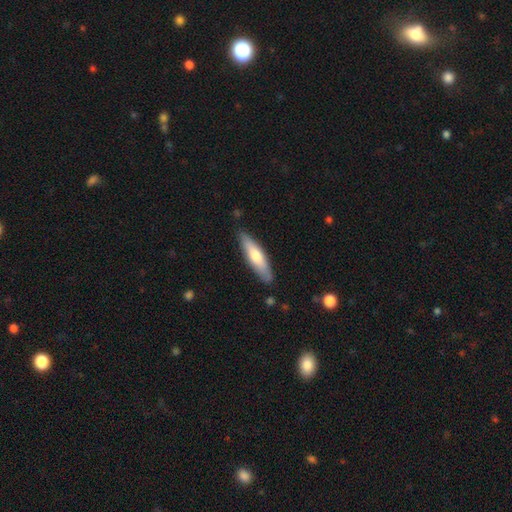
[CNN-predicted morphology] Smooth or featured? smooth (62%)
How rounded? cigar-shaped (73%)
Merging? none (86%)